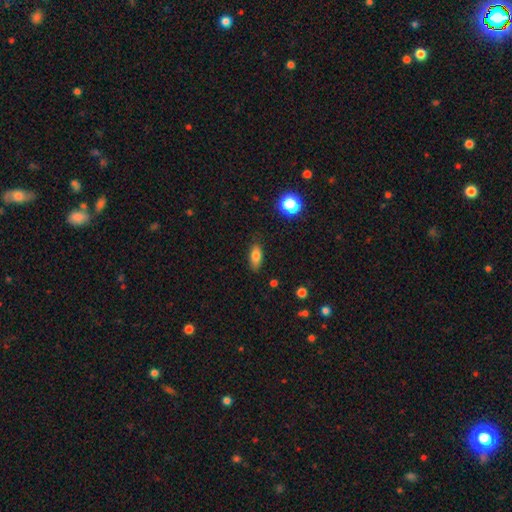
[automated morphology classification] A smooth galaxy with no disk features (79%) that is in between round and cigar-shaped (81%).

Vote fractions:
- Smooth or featured? smooth: 79% / featured or disk: 12% / star or artifact: 9%
- How rounded? in between: 81% / cigar-shaped: 14% / round: 5%
- Merging? none: 83% / minor disturbance: 13% / major disturbance: 3% / merger: 1%